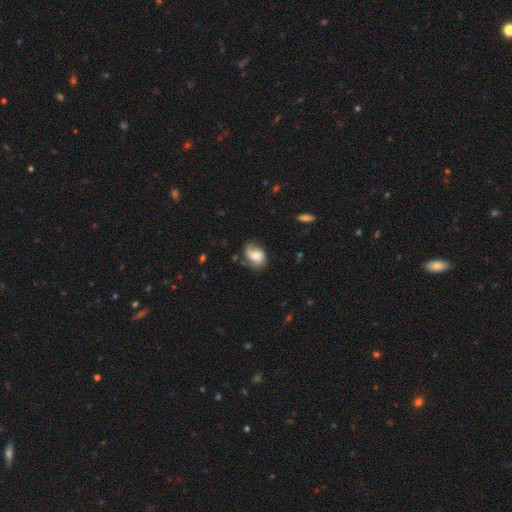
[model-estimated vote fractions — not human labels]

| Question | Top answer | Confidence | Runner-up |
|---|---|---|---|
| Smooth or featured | featured or disk | 54% | smooth (38%) |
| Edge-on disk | no | 97% | yes (3%) |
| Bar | no | 60% | weak (33%) |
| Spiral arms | yes | 90% | no (10%) |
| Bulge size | moderate | 34% | small (24%) |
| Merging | none | 58% | minor disturbance (26%) |